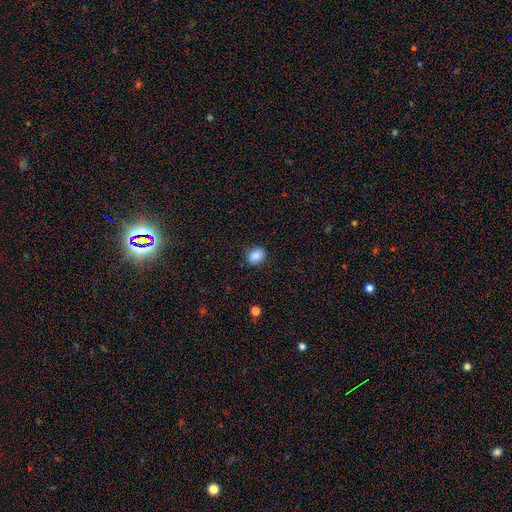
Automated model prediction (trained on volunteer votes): This appears to be a smooth galaxy with no disk features (87%) that is round (60%). Merging: none (86%).